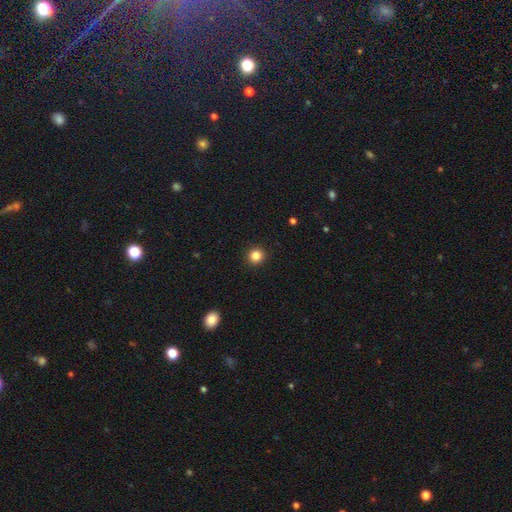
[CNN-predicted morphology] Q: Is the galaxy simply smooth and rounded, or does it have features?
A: smooth — 85%.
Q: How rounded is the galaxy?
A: round — 93%.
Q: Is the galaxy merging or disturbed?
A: none — 93%.